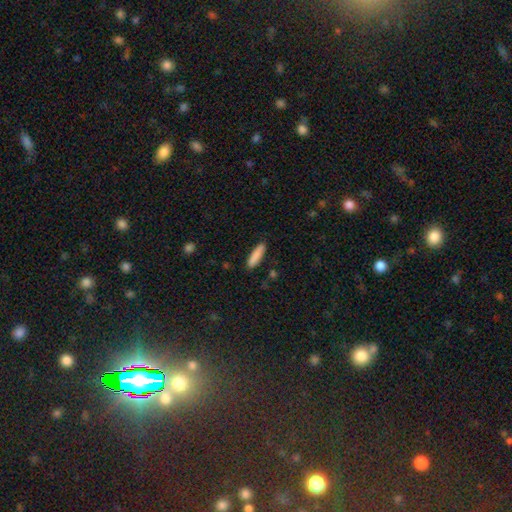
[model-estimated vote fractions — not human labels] A smooth galaxy with no disk features (87%) that is cigar-shaped (73%).

Vote fractions:
- Smooth or featured? smooth: 87% / featured or disk: 7% / star or artifact: 6%
- How rounded? cigar-shaped: 73% / in between: 25% / round: 1%
- Merging? none: 88% / minor disturbance: 9% / major disturbance: 2% / merger: 1%